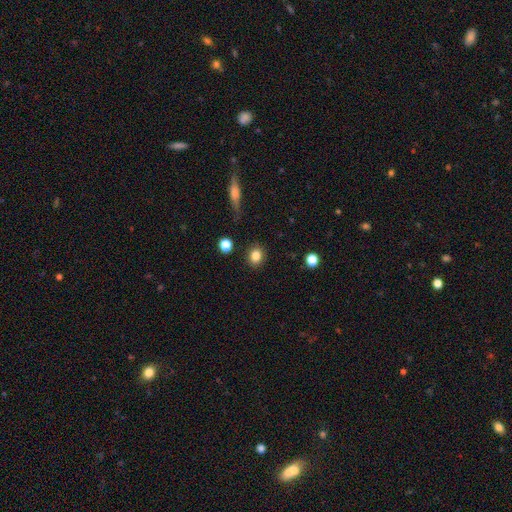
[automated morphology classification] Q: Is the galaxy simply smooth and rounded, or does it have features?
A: smooth — 84%.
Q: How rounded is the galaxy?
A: round — 69%.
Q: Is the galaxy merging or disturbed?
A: none — 88%.